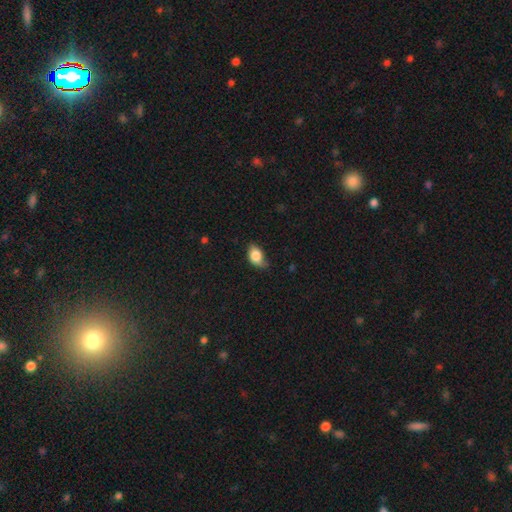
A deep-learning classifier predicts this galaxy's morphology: The model was most divided on "merging": none: 47%, minor disturbance: 40%, major disturbance: 11%, merger: 2%. More confident: how rounded — in between (84%); smooth or featured — smooth (81%).